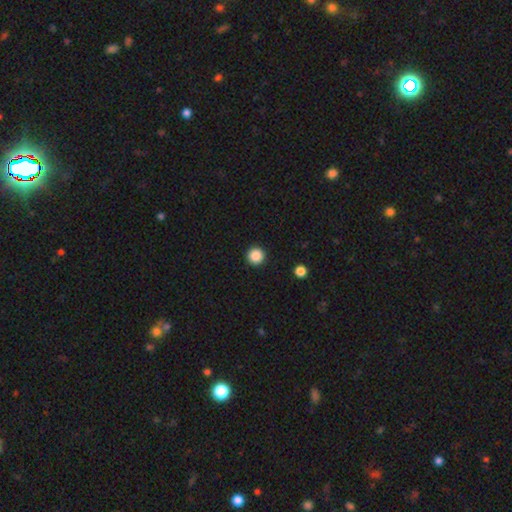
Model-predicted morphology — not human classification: This is clearly a smooth galaxy (87%). How rounded: clearly round (96%). Merging: clearly none (93%).